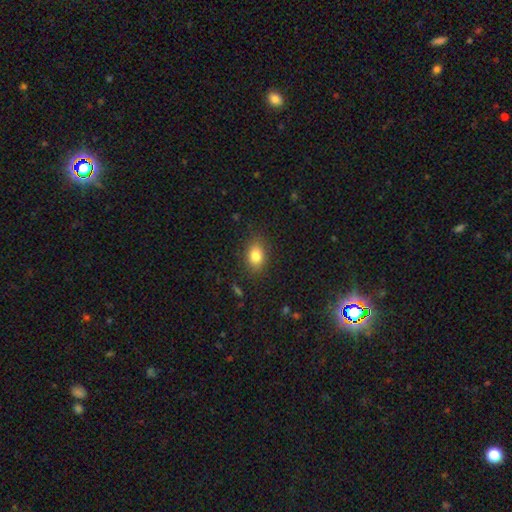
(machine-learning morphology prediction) type=smooth (82%); roundness=in between (73%); merging=none (84%).